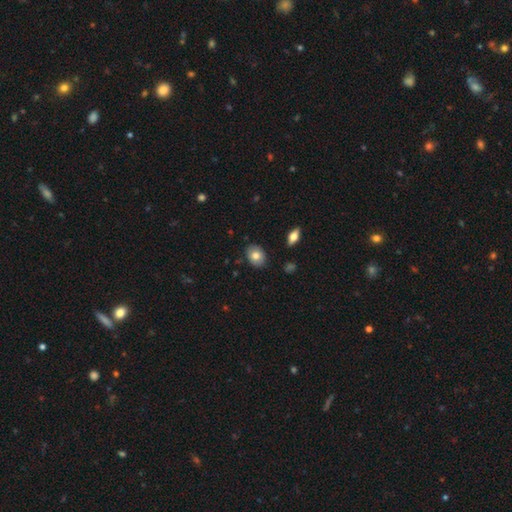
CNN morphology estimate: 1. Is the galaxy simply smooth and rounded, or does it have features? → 77% smooth, 16% featured or disk, 8% star or artifact.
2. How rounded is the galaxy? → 72% in between, 27% round, 1% cigar-shaped.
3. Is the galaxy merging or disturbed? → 86% none, 10% minor disturbance, 2% major disturbance, 2% merger.